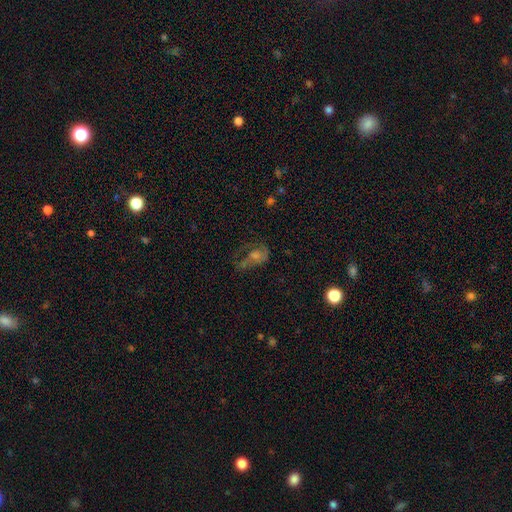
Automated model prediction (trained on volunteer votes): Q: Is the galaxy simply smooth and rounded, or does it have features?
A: featured or disk — 50%.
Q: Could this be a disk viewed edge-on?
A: no — 94%.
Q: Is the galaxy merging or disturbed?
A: none — 41%.